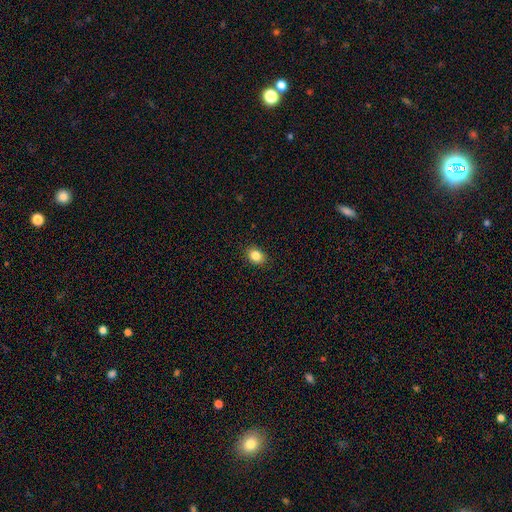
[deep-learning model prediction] This appears to be a smooth galaxy with no disk features (85%) that is in between round and cigar-shaped (65%). Merging: none (89%).